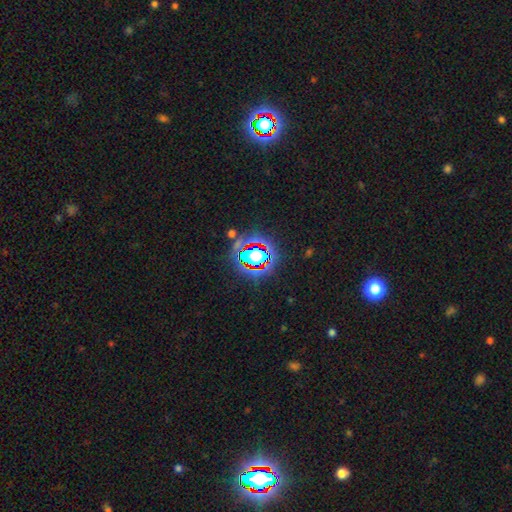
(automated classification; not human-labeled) smooth_or_featured: star or artifact (p=0.60) [alt: smooth p=0.25]